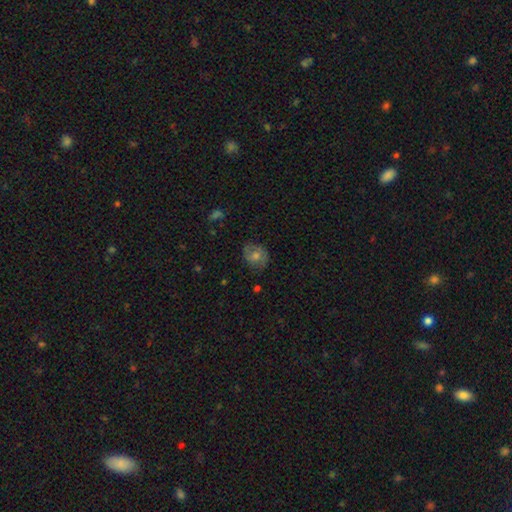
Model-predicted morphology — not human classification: A smooth galaxy with no disk features (55%) that is round (65%).

Vote fractions:
- Smooth or featured? smooth: 55% / featured or disk: 34% / star or artifact: 11%
- How rounded? round: 65% / in between: 34% / cigar-shaped: 1%
- Merging? none: 71% / minor disturbance: 21% / major disturbance: 7% / merger: 2%